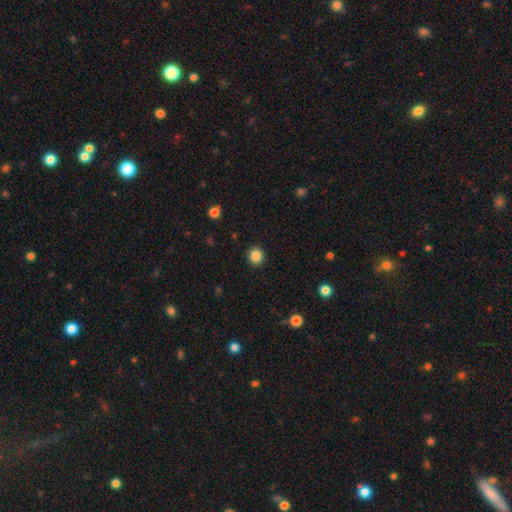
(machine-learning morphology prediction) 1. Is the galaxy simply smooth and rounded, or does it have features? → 86% smooth, 11% star or artifact, 3% featured or disk.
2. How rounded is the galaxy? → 85% round, 14% in between, 1% cigar-shaped.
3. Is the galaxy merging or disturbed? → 91% none, 6% minor disturbance, 2% major disturbance, 1% merger.